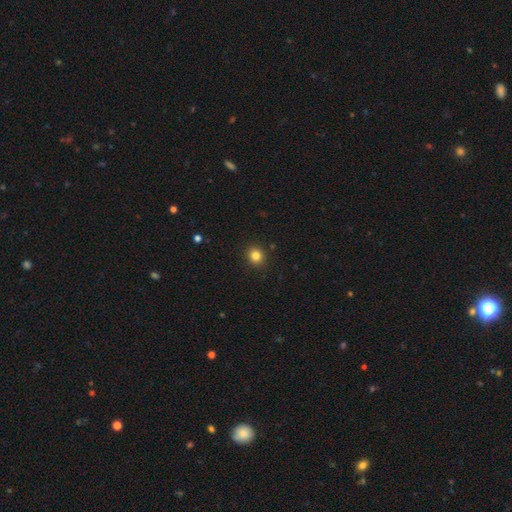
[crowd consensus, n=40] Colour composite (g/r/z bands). It shows a smooth galaxy with no disk features (88%) that is round (80%). Merging: none (98%).